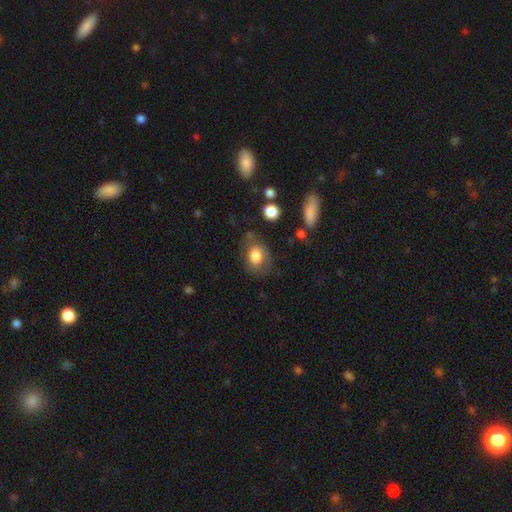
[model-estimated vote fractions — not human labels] smooth_or_featured: smooth (p=0.73) [alt: featured or disk p=0.19]
how_rounded: in between (p=0.69) [alt: round p=0.30]
merging: none (p=0.60) [alt: minor disturbance p=0.23]